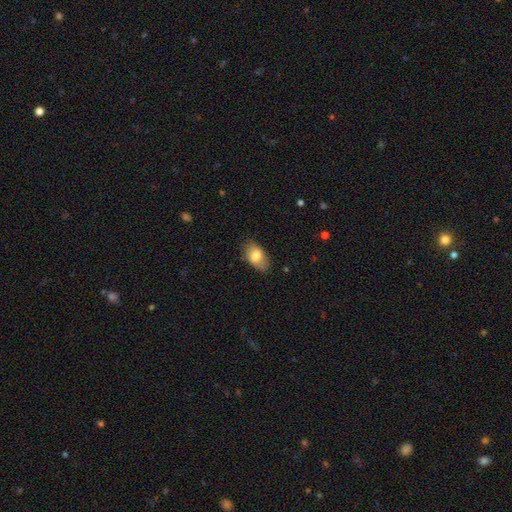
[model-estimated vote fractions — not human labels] A smooth galaxy with no disk features (78%) that is in between round and cigar-shaped (91%).

Vote fractions:
- Smooth or featured? smooth: 78% / featured or disk: 15% / star or artifact: 7%
- How rounded? in between: 91% / round: 7% / cigar-shaped: 2%
- Merging? none: 78% / minor disturbance: 17% / major disturbance: 4% / merger: 1%